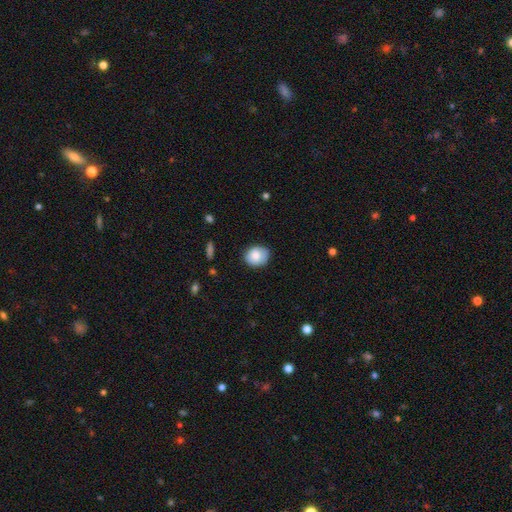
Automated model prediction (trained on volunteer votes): This appears to be a smooth galaxy with no disk features (80%) that is round (65%). Merging: none (75%).